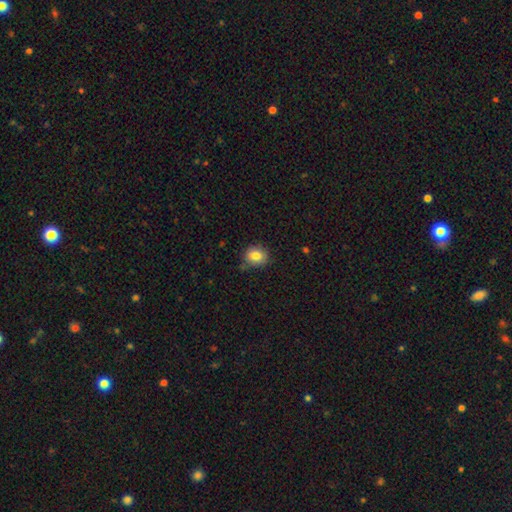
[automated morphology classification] A smooth galaxy with no disk features (82%) that is round (69%).

Vote fractions:
- Smooth or featured? smooth: 82% / star or artifact: 10% / featured or disk: 8%
- How rounded? round: 69% / in between: 30% / cigar-shaped: 1%
- Merging? none: 79% / minor disturbance: 16% / major disturbance: 3% / merger: 3%